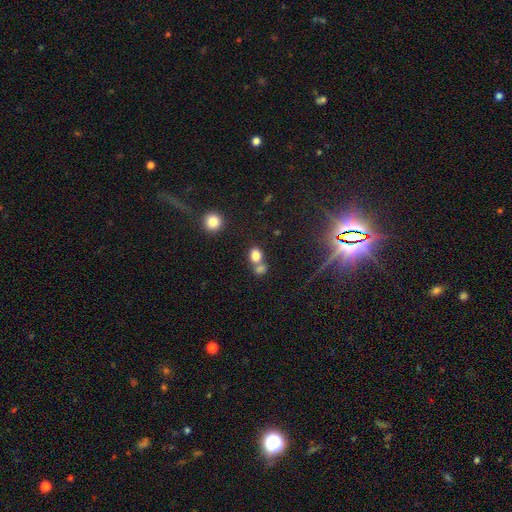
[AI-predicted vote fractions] A smooth galaxy with no disk features (79%) that is round (52%). Merging: none (44%).